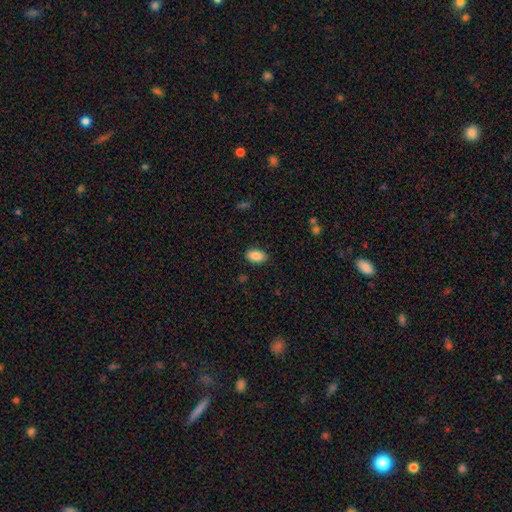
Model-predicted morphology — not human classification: A smooth galaxy with no disk features (87%) that is in between round and cigar-shaped (93%).

Vote fractions:
- Smooth or featured? smooth: 87% / star or artifact: 8% / featured or disk: 5%
- How rounded? in between: 93% / round: 5% / cigar-shaped: 2%
- Merging? none: 86% / minor disturbance: 10% / major disturbance: 2% / merger: 1%